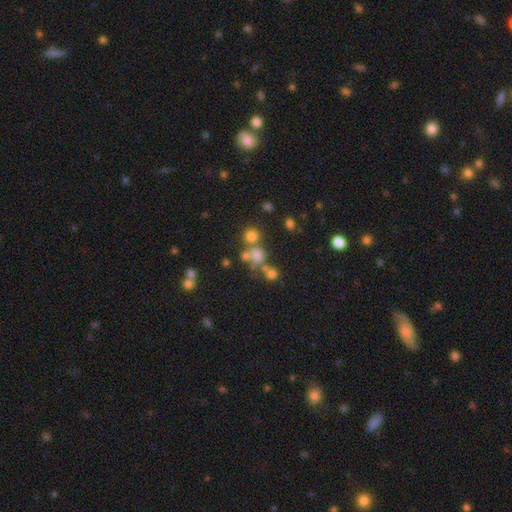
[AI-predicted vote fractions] Smooth or featured? Predicted: smooth (p=0.62). How rounded? Predicted: round (p=0.82). Merging? Predicted: none (p=0.49).